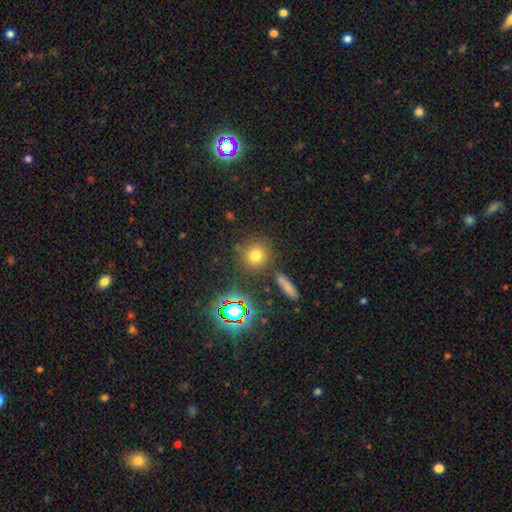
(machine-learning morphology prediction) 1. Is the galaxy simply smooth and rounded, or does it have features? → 70% smooth, 22% star or artifact, 9% featured or disk.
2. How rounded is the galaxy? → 90% round, 8% in between, 2% cigar-shaped.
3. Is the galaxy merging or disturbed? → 82% none, 9% minor disturbance, 6% merger, 4% major disturbance.